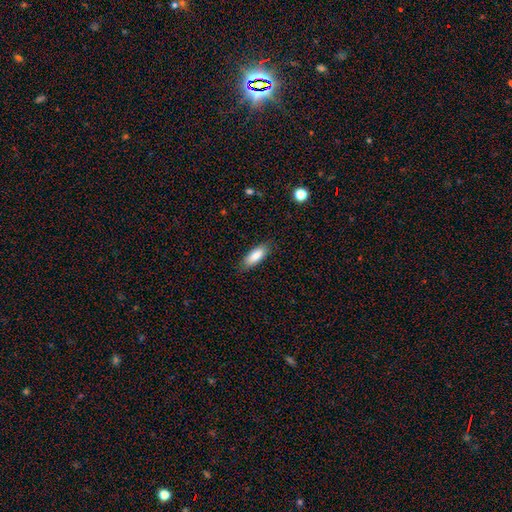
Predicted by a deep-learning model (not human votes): Smooth or featured?
  - smooth: 83% *
  - featured or disk: 11%
  - star or artifact: 6%
How rounded?
  - in between: 66% *
  - cigar-shaped: 32%
  - round: 2%
Merging?
  - none: 85% *
  - minor disturbance: 12%
  - major disturbance: 3%
  - merger: 1%